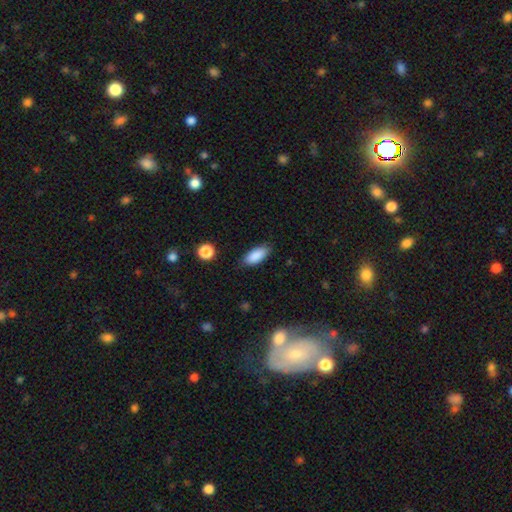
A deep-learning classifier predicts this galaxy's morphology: This appears to be a smooth galaxy with no disk features (88%) that is in between round and cigar-shaped (86%). Merging: none (81%).